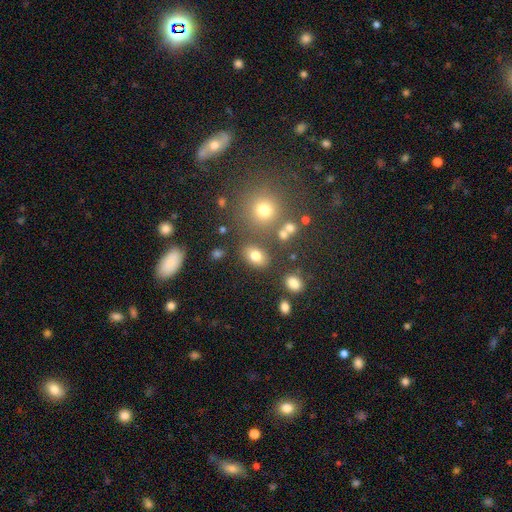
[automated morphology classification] A smooth galaxy with no disk features (76%) that is in between round and cigar-shaped (76%). Merging: none (76%).